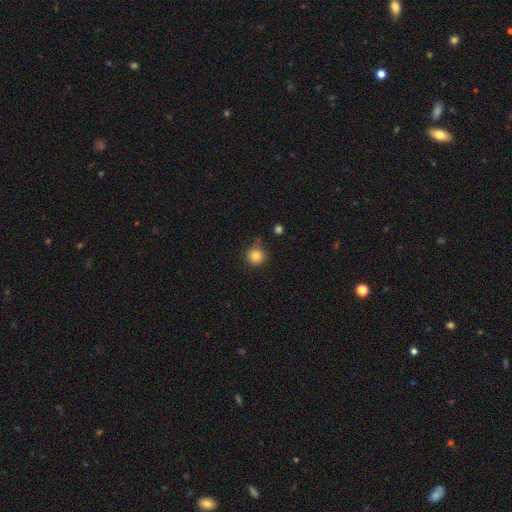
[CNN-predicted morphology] smooth-or-featured: smooth: 83% | star or artifact: 11% | featured or disk: 6%
  how-rounded: round: 94% | in between: 5% | cigar-shaped: 1%
  merging: none: 75% | minor disturbance: 16% | merger: 5% | major disturbance: 4%